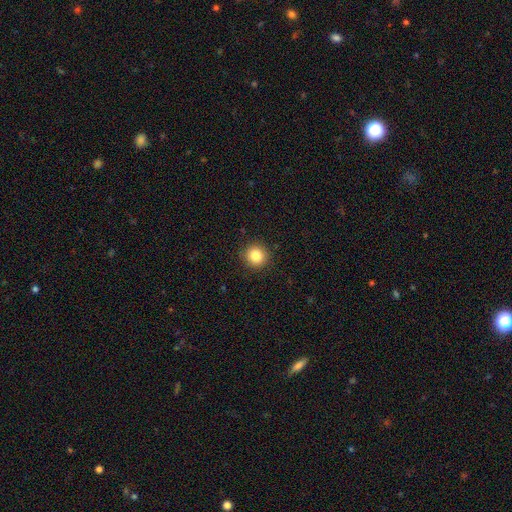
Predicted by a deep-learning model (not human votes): Overall: smooth (84%). How rounded: round (94%). Merging: none (91%).